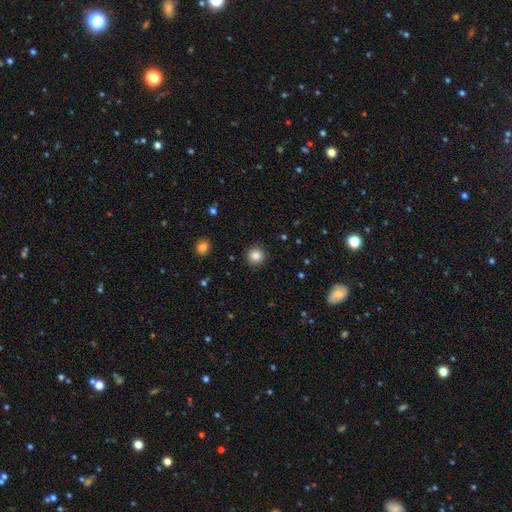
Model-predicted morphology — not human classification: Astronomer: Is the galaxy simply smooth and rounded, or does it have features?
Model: smooth — 85%.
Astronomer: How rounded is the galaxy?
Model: round — 94%.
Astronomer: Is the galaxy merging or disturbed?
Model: none — 91%.